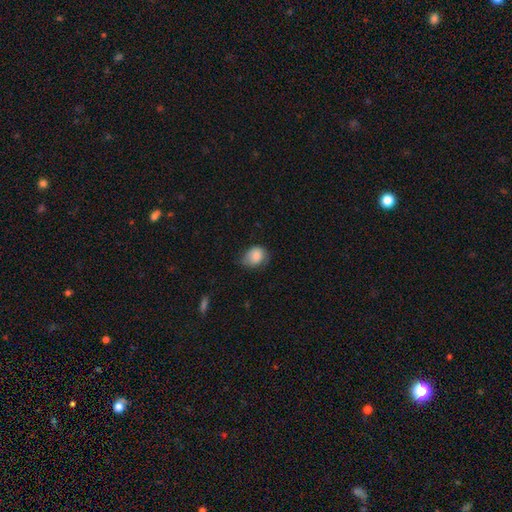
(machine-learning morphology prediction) A smooth galaxy with no disk features (82%) that is in between round and cigar-shaped (55%). Merging: none (48%).